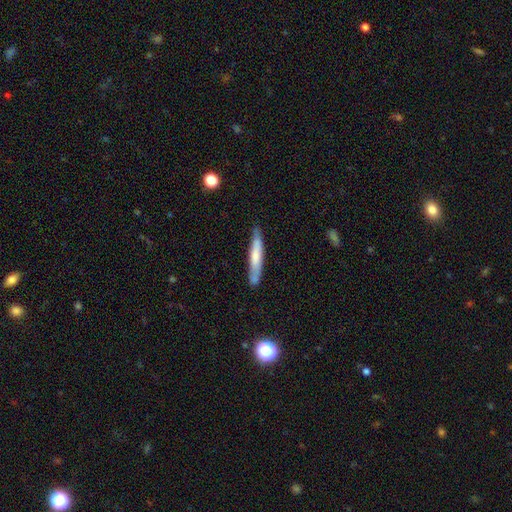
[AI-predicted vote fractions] Q: Smooth or featured?
A: smooth (59%); runner-up: featured or disk (35%)
Q: How rounded?
A: cigar-shaped (93%); runner-up: in between (6%)
Q: Merging?
A: none (79%); runner-up: minor disturbance (16%)